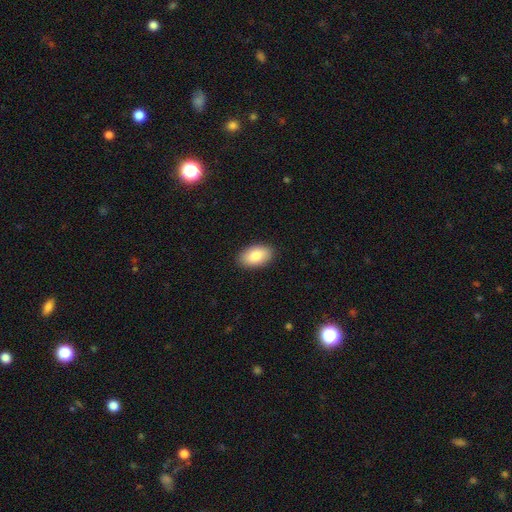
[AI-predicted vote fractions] Smooth or featured? smooth (85%)
How rounded? in between (93%)
Merging? none (89%)